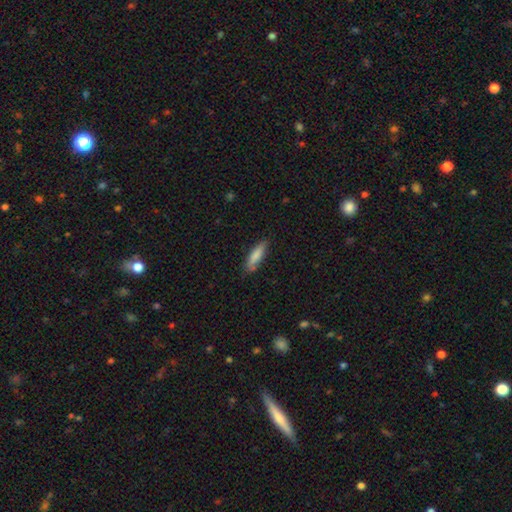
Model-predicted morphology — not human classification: type=smooth (81%); roundness=cigar-shaped (66%); merging=none (78%).